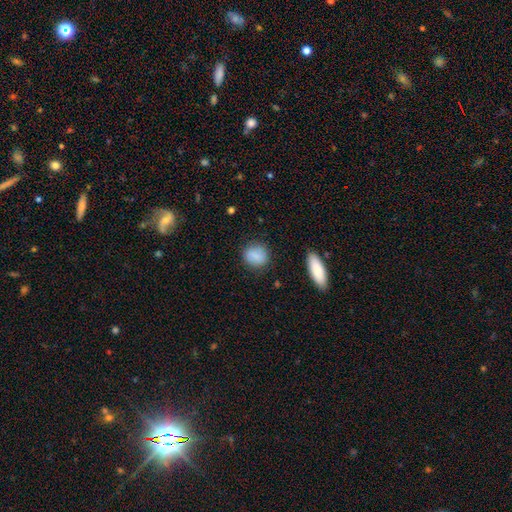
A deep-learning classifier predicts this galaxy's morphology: Smooth or featured? Predicted: smooth (p=0.87). How rounded? Predicted: round (p=0.61). Merging? Predicted: none (p=0.81).